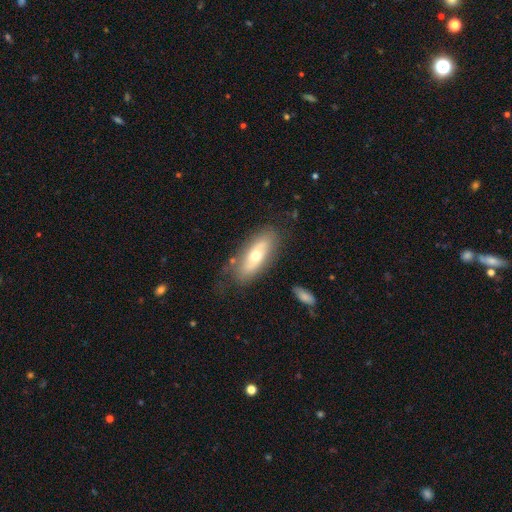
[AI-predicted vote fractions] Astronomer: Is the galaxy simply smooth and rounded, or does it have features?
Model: smooth — 50% (runner-up: featured or disk, 43%).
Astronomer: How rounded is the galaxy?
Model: in between — 72%.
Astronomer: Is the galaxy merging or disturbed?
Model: none — 73%.